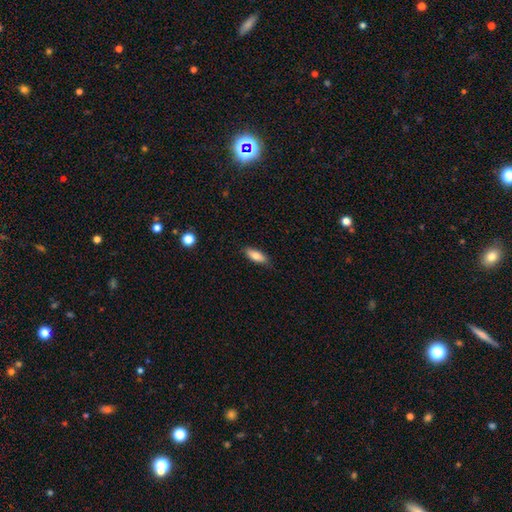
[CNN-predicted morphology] A smooth galaxy with no disk features (81%) that is in between round and cigar-shaped (70%). Merging: none (81%).